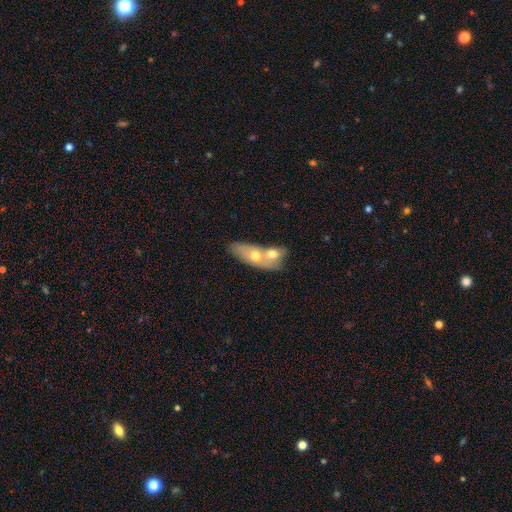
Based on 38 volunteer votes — Overall: smooth (55%; featured or disk 37%). How rounded: in between (76%). Merging: merger (63%; none 31%).